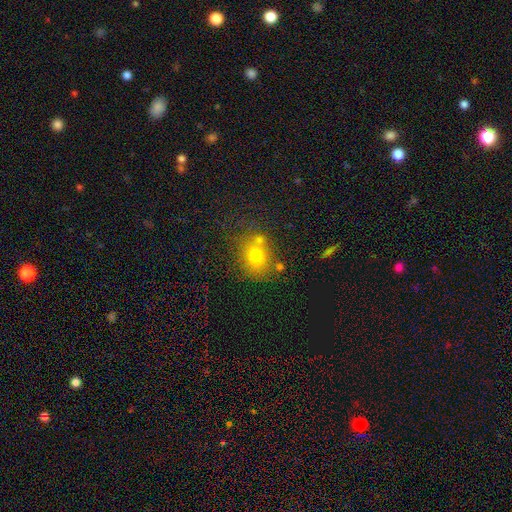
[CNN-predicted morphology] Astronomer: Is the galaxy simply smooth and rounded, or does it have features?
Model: smooth — 73%.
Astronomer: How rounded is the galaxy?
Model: round — 54% (runner-up: in between, 45%).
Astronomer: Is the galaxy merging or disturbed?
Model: none — 59%.